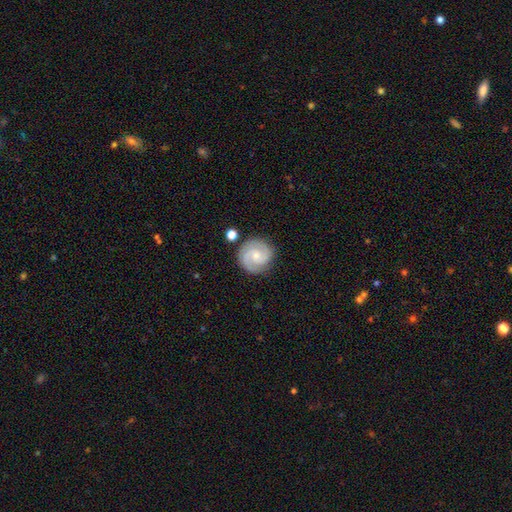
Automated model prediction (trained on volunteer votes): Smooth or featured?
  - featured or disk: 82% *
  - smooth: 12%
  - star or artifact: 5%
Edge-on disk?
  - no: 98% *
  - yes: 2%
Bar?
  - no: 61% *
  - weak: 34%
  - strong: 5%
Spiral arms?
  - yes: 97% *
  - no: 3%
Spiral winding?
  - tight: 54% *
  - medium: 39%
  - loose: 7%
Spiral arm count?
  - 2: 76% *
  - 3: 13%
  - can't tell: 5%
  - 1: 2%
  - 4: 2%
  - more than 4: 2%
Bulge size?
  - small: 59% *
  - moderate: 36%
  - none: 3%
  - large: 1%
  - dominant: 1%
Merging?
  - none: 83% *
  - minor disturbance: 11%
  - major disturbance: 3%
  - merger: 3%